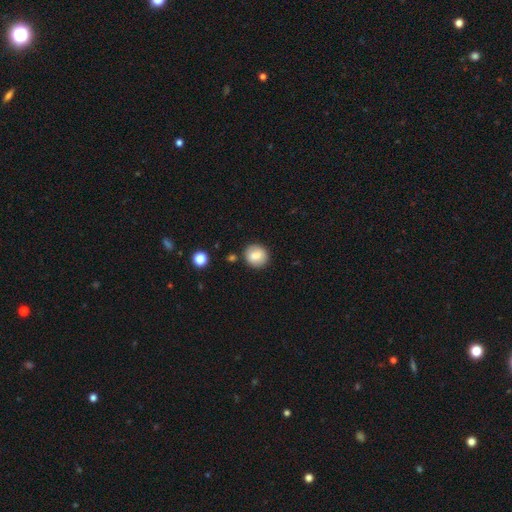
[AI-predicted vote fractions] The model was most divided on "how rounded": round: 82%, in between: 17%, cigar-shaped: 1%. More confident: merging — none (85%); smooth or featured — smooth (83%).